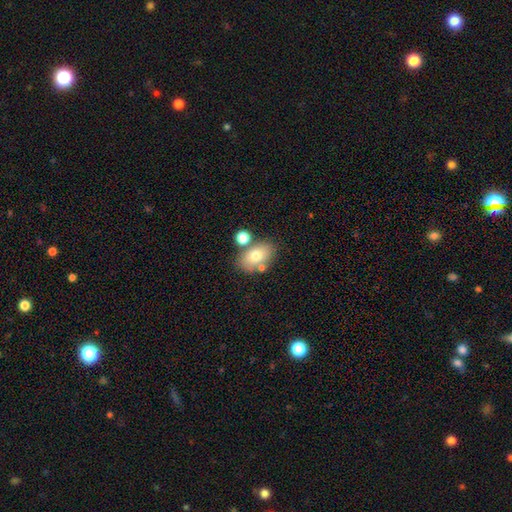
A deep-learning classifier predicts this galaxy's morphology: The model was most divided on "merging": none: 66%, merger: 17%, minor disturbance: 13%, major disturbance: 4%. More confident: how rounded — in between (85%); smooth or featured — smooth (71%).